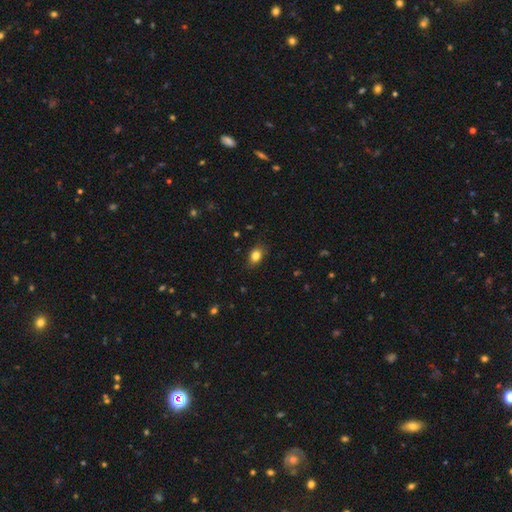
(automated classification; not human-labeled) Q: Smooth or featured?
A: smooth (83%); runner-up: star or artifact (10%)
Q: How rounded?
A: in between (69%); runner-up: round (30%)
Q: Merging?
A: none (81%); runner-up: minor disturbance (15%)